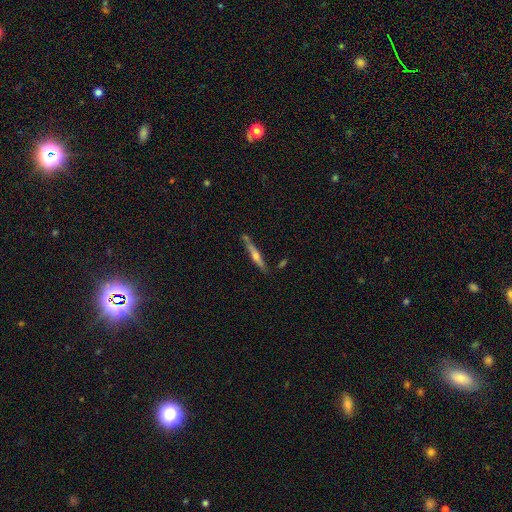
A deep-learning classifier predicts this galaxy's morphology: Overall: featured or disk (61%; smooth 33%). Edge-on disk: yes (96%). Edge-on bulge: rounded (86%). Merging: none (75%).